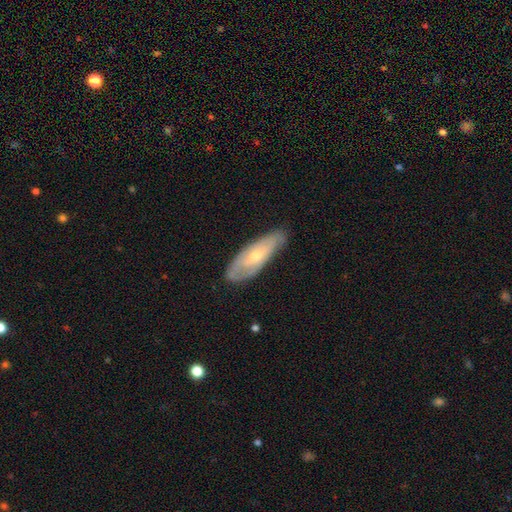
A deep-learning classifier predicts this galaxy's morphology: featured or disk 56%, smooth 38%, star or artifact 6%. Down the decision tree: edge-on disk — no (75%); merging — none (77%).